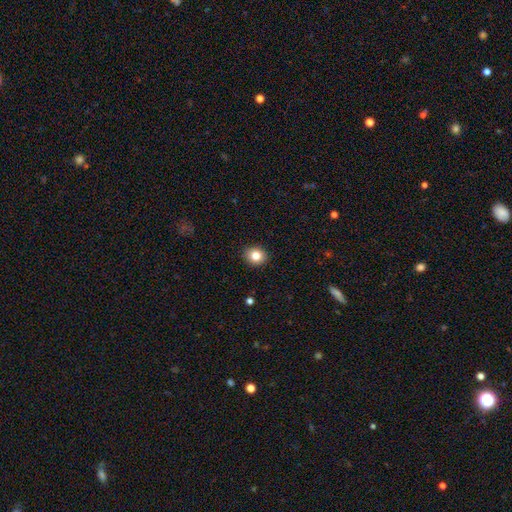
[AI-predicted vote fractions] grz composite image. It shows a smooth galaxy with no disk features (82%) that is round (69%). Merging: none (91%).